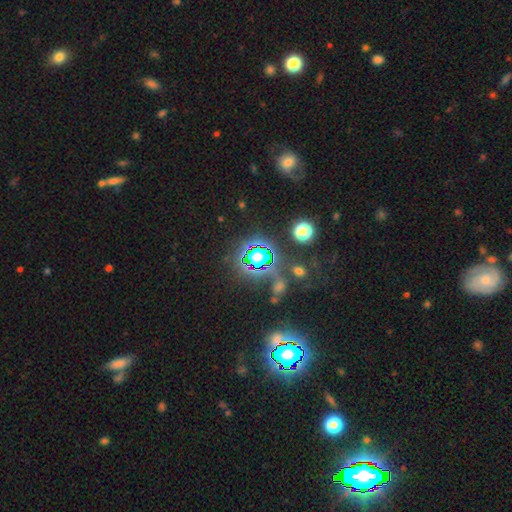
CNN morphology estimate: Q: Smooth or featured?
A: star or artifact (72%); runner-up: smooth (18%)